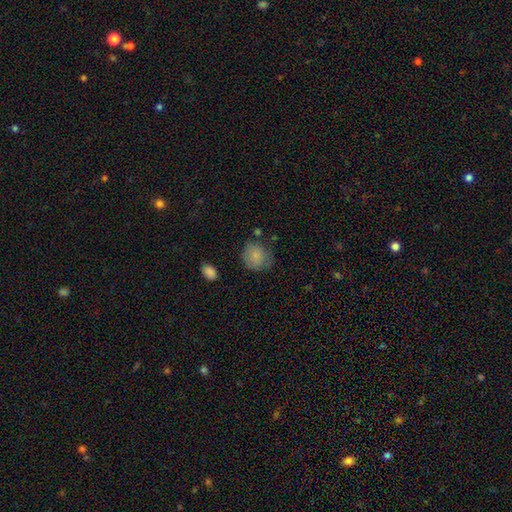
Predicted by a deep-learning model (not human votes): smooth-or-featured: smooth: 84% | star or artifact: 8% | featured or disk: 8%
  how-rounded: round: 79% | in between: 20% | cigar-shaped: 1%
  merging: none: 67% | minor disturbance: 23% | major disturbance: 7% | merger: 3%